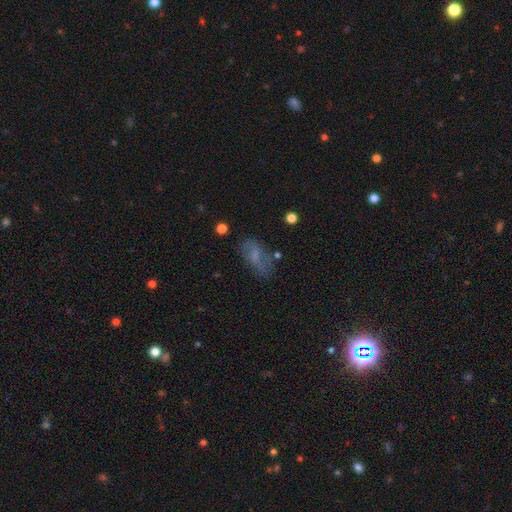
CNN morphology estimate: Smooth or featured?
  - smooth: 45% *
  - featured or disk: 43%
  - star or artifact: 12%
Merging?
  - none: 62% *
  - minor disturbance: 22%
  - major disturbance: 12%
  - merger: 4%